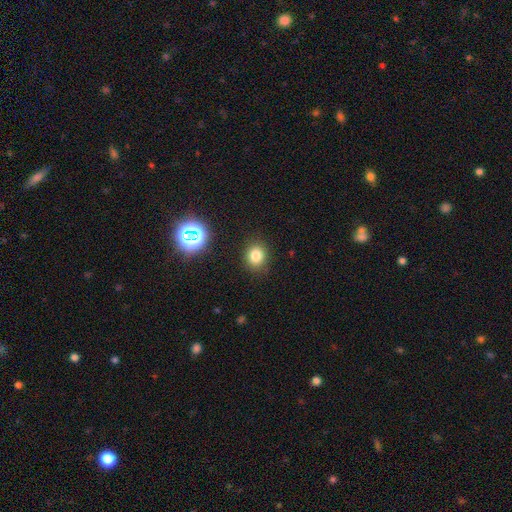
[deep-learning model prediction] This is likely a smooth galaxy (78%). How rounded: likely round (73%). Merging: clearly none (88%).